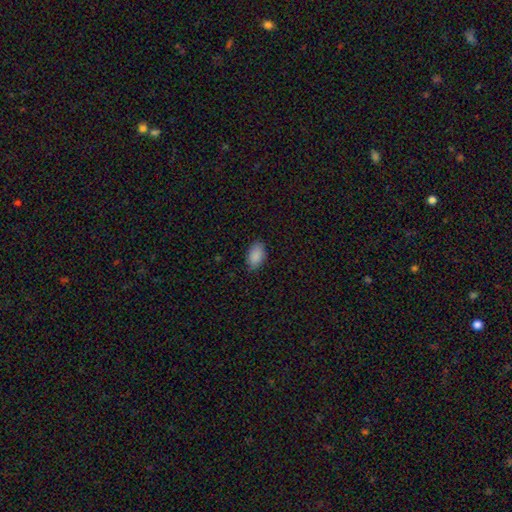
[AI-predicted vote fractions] Q: Smooth or featured?
A: smooth (88%); runner-up: star or artifact (7%)
Q: How rounded?
A: in between (92%); runner-up: round (6%)
Q: Merging?
A: none (81%); runner-up: minor disturbance (16%)